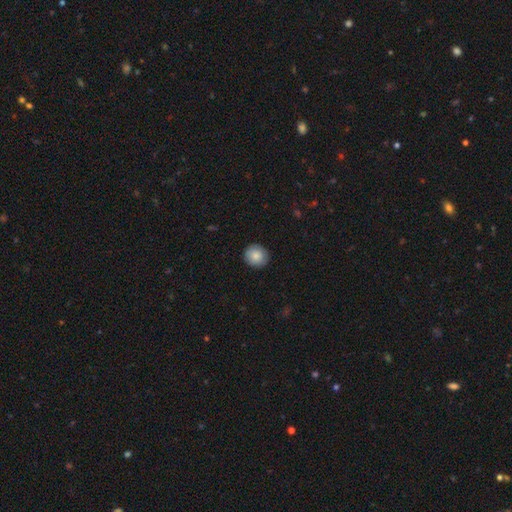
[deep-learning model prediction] Overall: smooth (85%). How rounded: round (88%). Merging: none (89%).